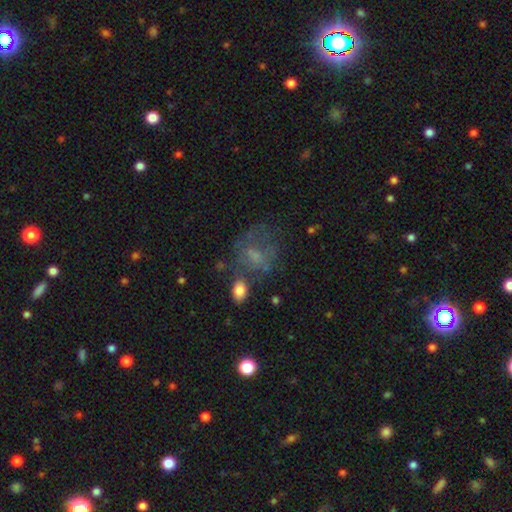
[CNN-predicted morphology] This appears to be a smooth galaxy with no disk features (47%). Merging: none (42%).